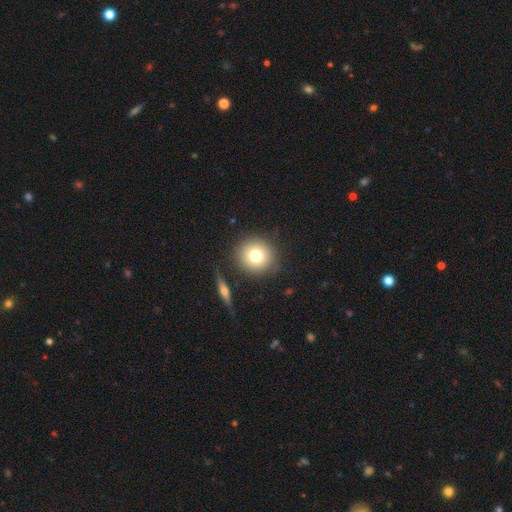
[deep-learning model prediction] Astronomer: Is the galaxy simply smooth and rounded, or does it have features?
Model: smooth — 74%.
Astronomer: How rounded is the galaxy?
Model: round — 91%.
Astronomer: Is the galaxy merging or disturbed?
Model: none — 83%.